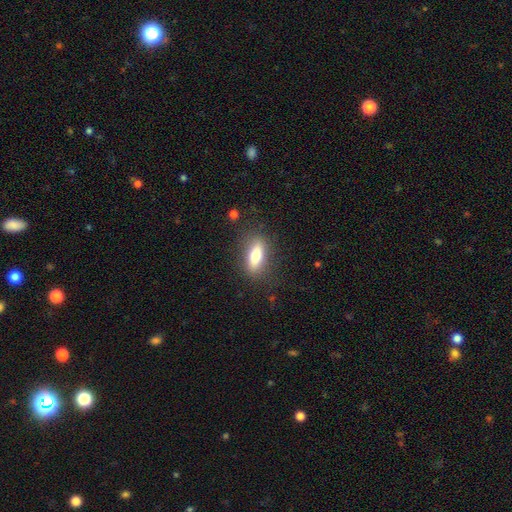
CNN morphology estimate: smooth_or_featured: smooth (p=0.72) [alt: featured or disk p=0.20]
how_rounded: in between (p=0.63) [alt: cigar-shaped p=0.33]
merging: none (p=0.83) [alt: minor disturbance p=0.12]